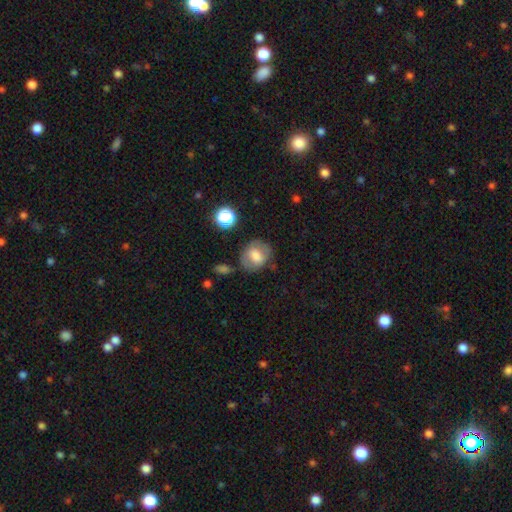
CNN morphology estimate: The model was most divided on "how rounded": round: 56%, in between: 43%, cigar-shaped: 1%. More confident: merging — none (70%); smooth or featured — smooth (60%).